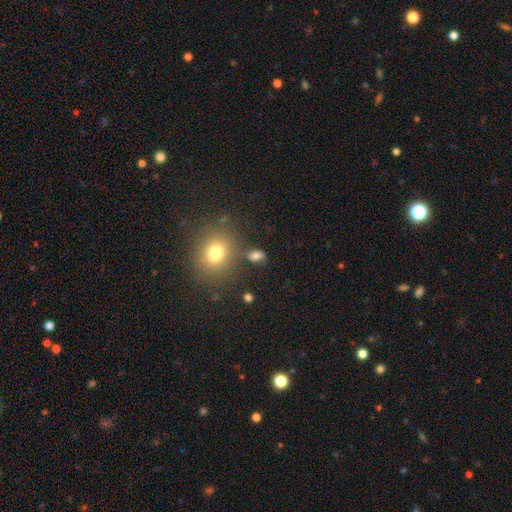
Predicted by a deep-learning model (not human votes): Smooth or featured?
  - smooth: 77% *
  - star or artifact: 14%
  - featured or disk: 9%
How rounded?
  - in between: 73% *
  - round: 23%
  - cigar-shaped: 3%
Merging?
  - none: 70% *
  - minor disturbance: 15%
  - merger: 10%
  - major disturbance: 6%